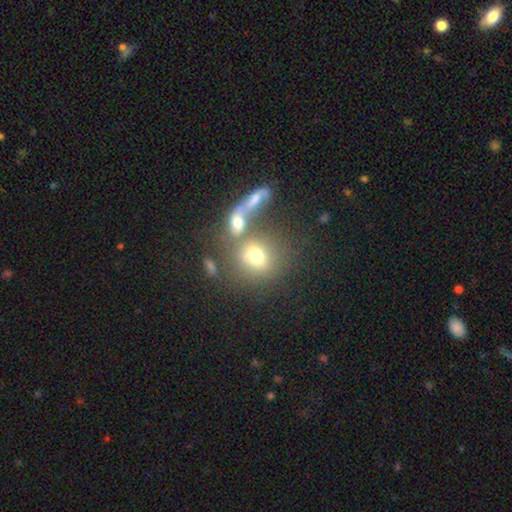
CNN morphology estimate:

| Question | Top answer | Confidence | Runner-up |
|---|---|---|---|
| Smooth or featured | smooth | 67% | featured or disk (19%) |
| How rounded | round | 68% | in between (29%) |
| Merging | none | 44% | merger (36%) |